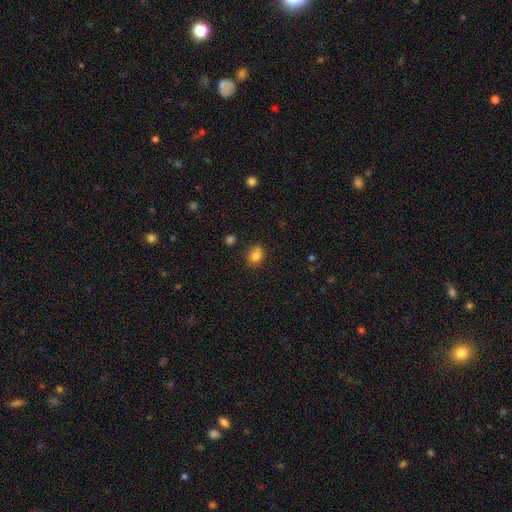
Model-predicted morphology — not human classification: Smooth or featured: smooth — 82% (star or artifact — 10%)
How rounded: in between — 52% (round — 47%)
Merging: none — 78% (minor disturbance — 15%)